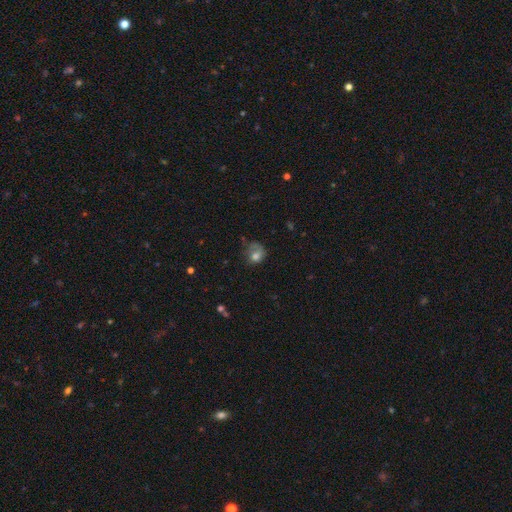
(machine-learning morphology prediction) This is likely a smooth galaxy (69%). How rounded: likely round (61%). Merging: marginally none (34%).